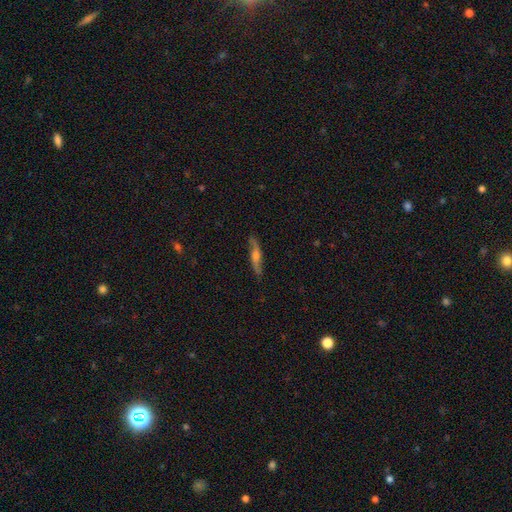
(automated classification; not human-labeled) featured or disk 67%, smooth 27%, star or artifact 7%. Down the decision tree: edge-on disk — yes (63%); merging — none (83%).